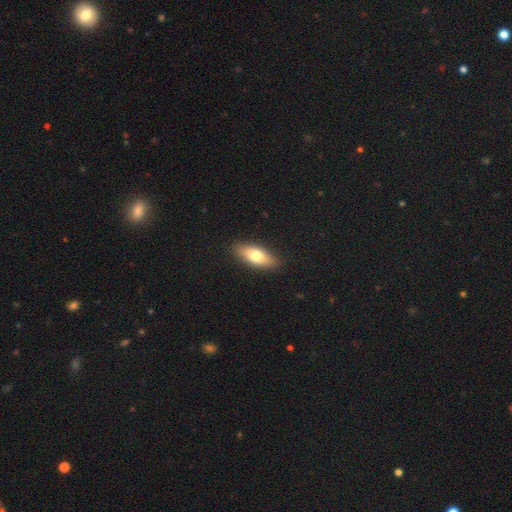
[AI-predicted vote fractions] smooth-or-featured: smooth: 72% | featured or disk: 22% | star or artifact: 6%
  how-rounded: in between: 74% | cigar-shaped: 23% | round: 3%
  merging: none: 89% | minor disturbance: 8% | major disturbance: 2% | merger: 1%